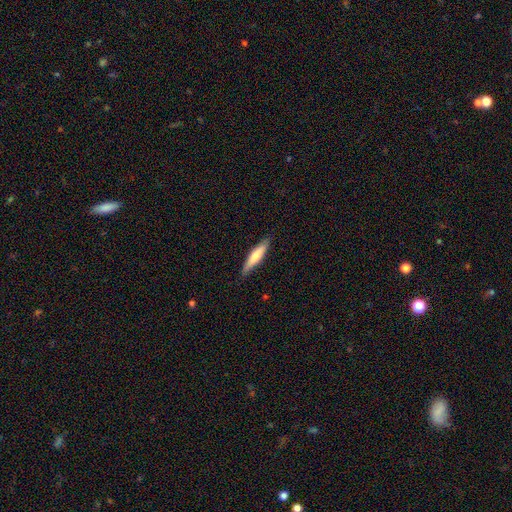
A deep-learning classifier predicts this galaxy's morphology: This is possibly a smooth galaxy (59%). How rounded: clearly cigar-shaped (83%). Merging: clearly none (87%).